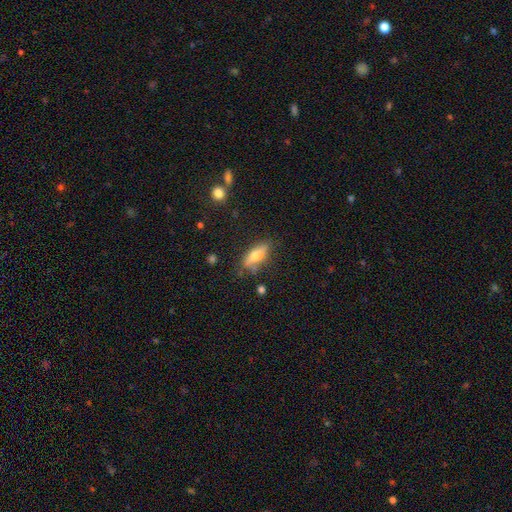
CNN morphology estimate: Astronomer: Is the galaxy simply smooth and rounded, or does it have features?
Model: smooth — 61%.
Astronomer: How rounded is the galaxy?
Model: in between — 65%.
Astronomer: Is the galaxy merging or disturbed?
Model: none — 68%.